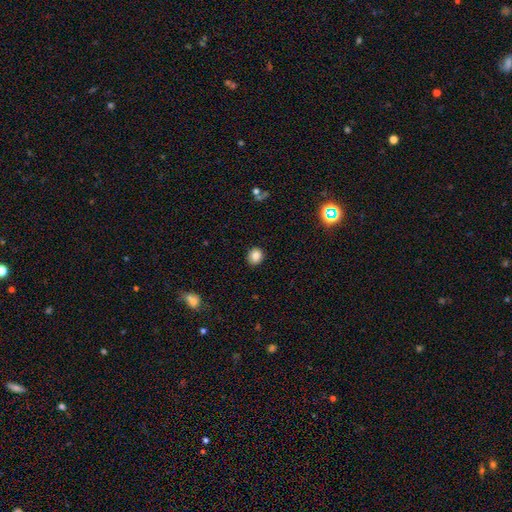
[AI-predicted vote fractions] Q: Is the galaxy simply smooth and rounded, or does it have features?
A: smooth — 85%.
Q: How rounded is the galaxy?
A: round — 79%.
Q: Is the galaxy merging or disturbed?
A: none — 90%.